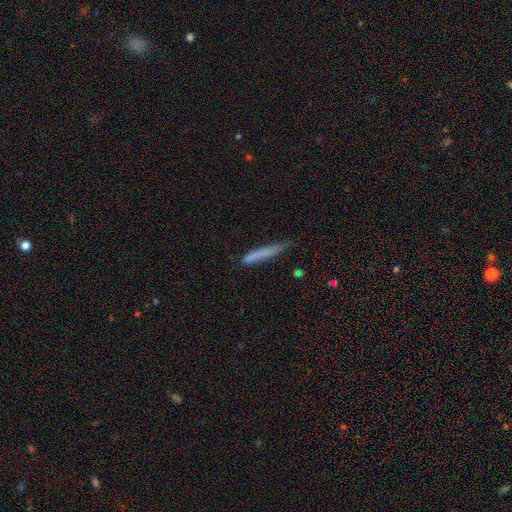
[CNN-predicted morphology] Smooth or featured? Predicted: smooth (p=0.72). How rounded? Predicted: cigar-shaped (p=0.96). Merging? Predicted: none (p=0.72).